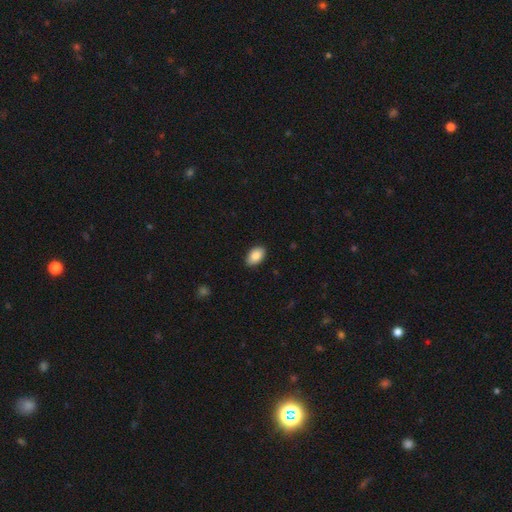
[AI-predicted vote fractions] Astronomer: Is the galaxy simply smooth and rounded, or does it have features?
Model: smooth — 88%.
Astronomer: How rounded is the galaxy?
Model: in between — 92%.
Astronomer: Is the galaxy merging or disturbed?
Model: none — 88%.